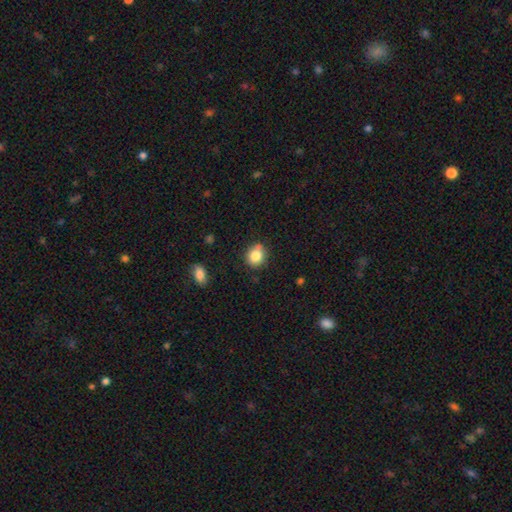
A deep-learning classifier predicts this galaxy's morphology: Smooth or featured? smooth (83%)
How rounded? round (80%)
Merging? none (75%)